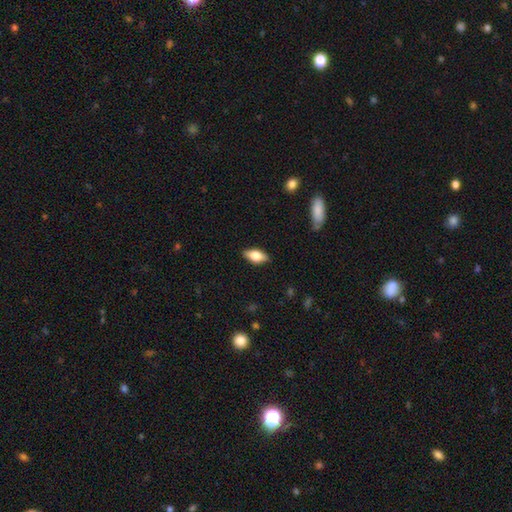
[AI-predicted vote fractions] smooth 68%, featured or disk 25%, star or artifact 7%. Down the decision tree: how rounded — in between (85%); merging — none (87%).